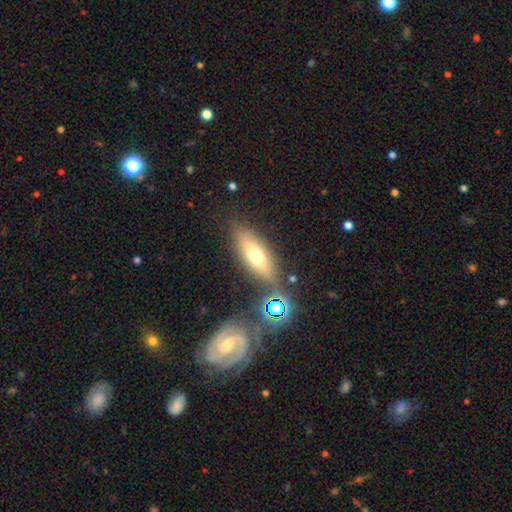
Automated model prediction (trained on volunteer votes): Smooth or featured? Predicted: smooth (p=0.53). How rounded? Predicted: in between (p=0.57). Merging? Predicted: none (p=0.75).